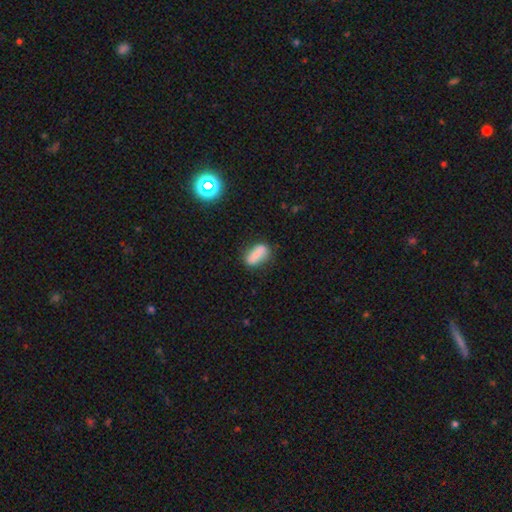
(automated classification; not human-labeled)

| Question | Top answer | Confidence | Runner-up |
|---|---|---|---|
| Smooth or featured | smooth | 75% | featured or disk (17%) |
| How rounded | in between | 75% | cigar-shaped (19%) |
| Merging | none | 74% | minor disturbance (18%) |